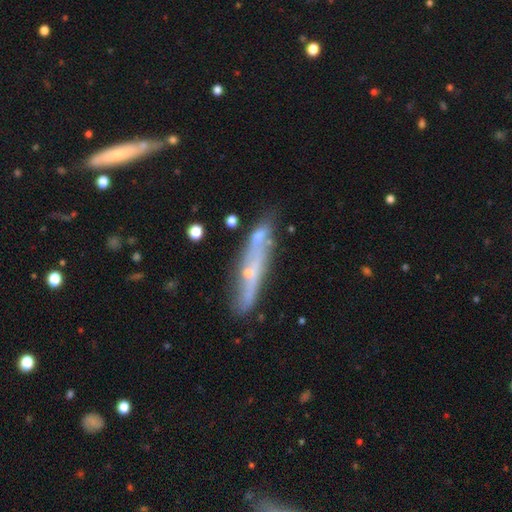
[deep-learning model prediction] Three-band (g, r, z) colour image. It shows a featured or disk galaxy (66%) viewed edge-on (73%). Merging: none (68%).